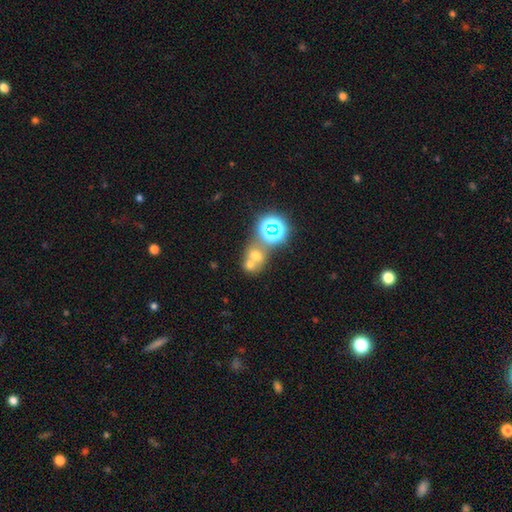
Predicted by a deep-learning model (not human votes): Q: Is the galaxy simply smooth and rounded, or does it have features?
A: smooth — 55%.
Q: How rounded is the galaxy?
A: round — 68%.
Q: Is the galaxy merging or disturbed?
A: merger — 54%.